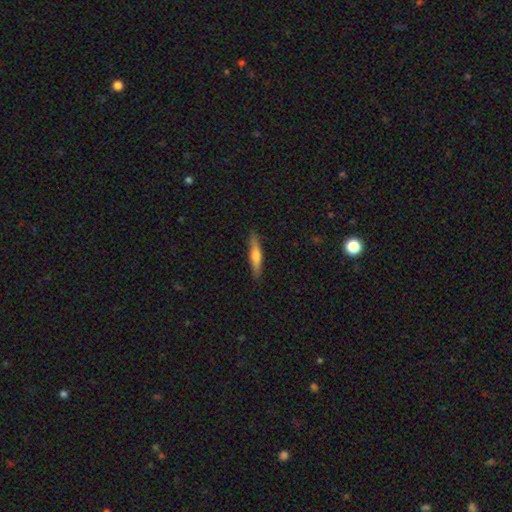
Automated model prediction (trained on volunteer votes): Smooth or featured? Predicted: smooth (p=0.59). How rounded? Predicted: cigar-shaped (p=0.86). Merging? Predicted: none (p=0.88).